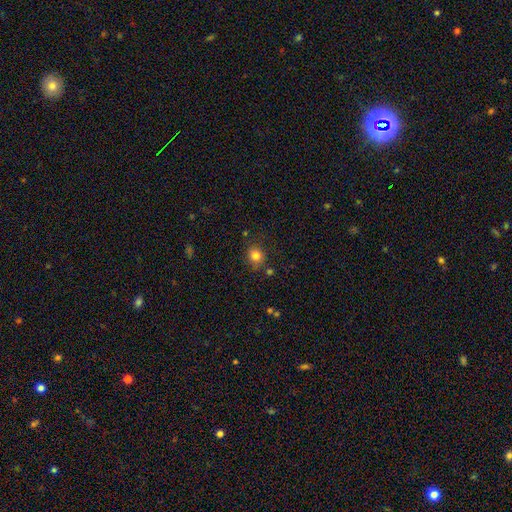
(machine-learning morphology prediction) Overall: smooth (82%). How rounded: round (78%). Merging: none (80%).